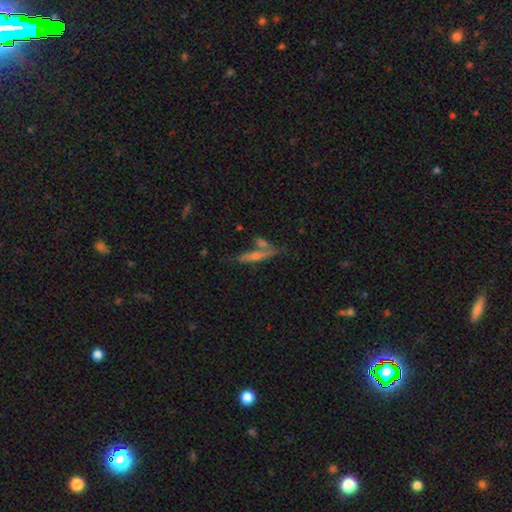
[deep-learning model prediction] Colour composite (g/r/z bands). It shows a featured or disk galaxy (50%). Merging: none (57%).